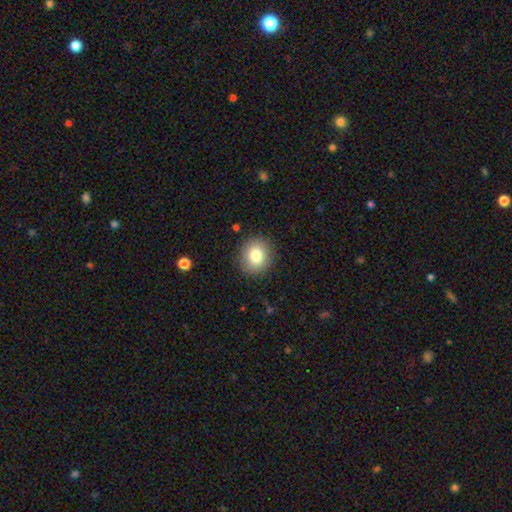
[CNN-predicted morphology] A smooth galaxy with no disk features (82%) that is round (82%).

Vote fractions:
- Smooth or featured? smooth: 82% / star or artifact: 10% / featured or disk: 9%
- How rounded? round: 82% / in between: 17% / cigar-shaped: 1%
- Merging? none: 89% / minor disturbance: 7% / major disturbance: 2% / merger: 1%